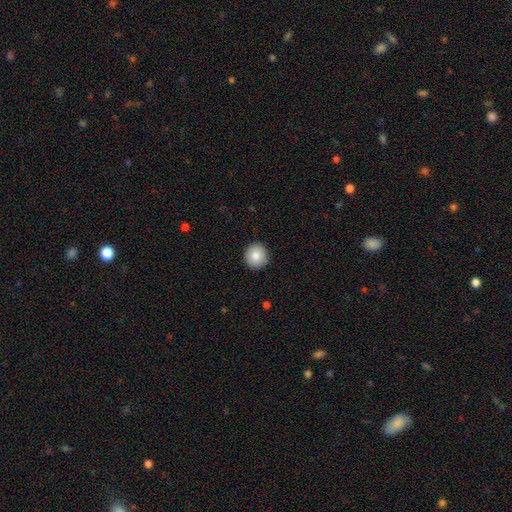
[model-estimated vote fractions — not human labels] smooth_or_featured: smooth (p=0.84) [alt: star or artifact p=0.08]
how_rounded: round (p=0.93) [alt: in between p=0.06]
merging: none (p=0.91) [alt: minor disturbance p=0.06]